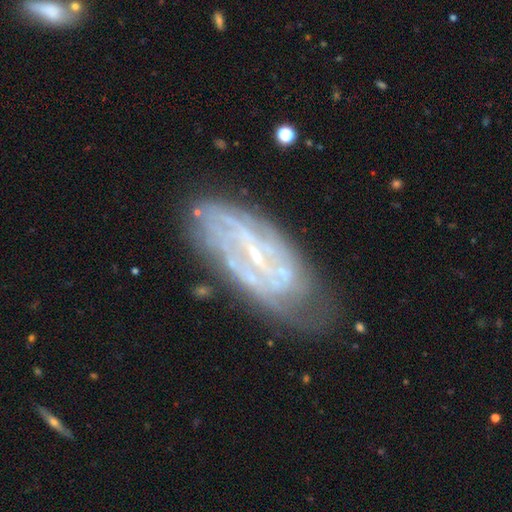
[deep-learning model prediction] Morphology: type=featured or disk (77%); edge-on=no (89%); bar=weak (39%); spiral arms=yes (71%); bulge=small (62%); merging=none (60%).